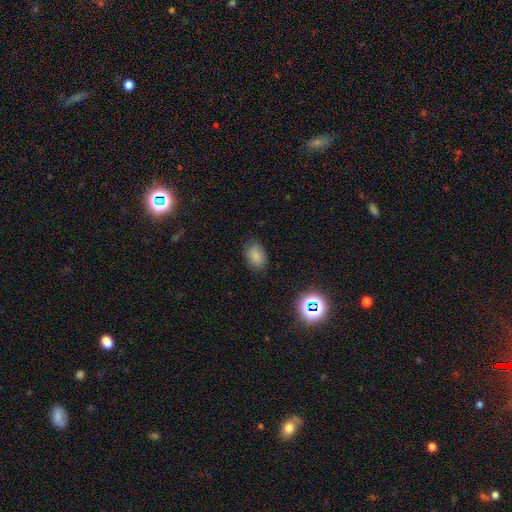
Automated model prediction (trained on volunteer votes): smooth_or_featured: smooth (p=0.82) [alt: star or artifact p=0.12]
how_rounded: in between (p=0.81) [alt: round p=0.18]
merging: none (p=0.79) [alt: minor disturbance p=0.16]